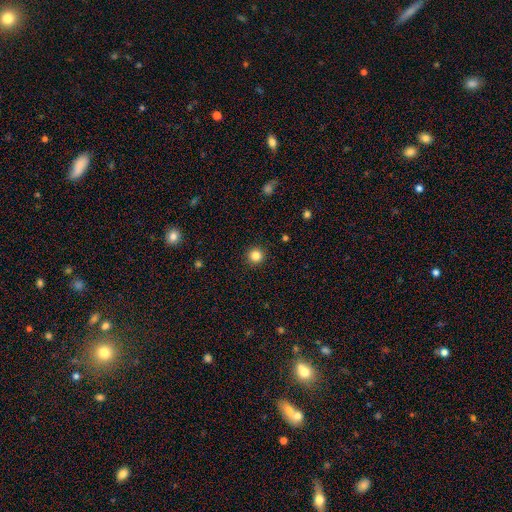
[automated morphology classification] A smooth galaxy with no disk features (84%) that is round (96%).

Vote fractions:
- Smooth or featured? smooth: 84% / star or artifact: 12% / featured or disk: 4%
- How rounded? round: 96% / in between: 4% / cigar-shaped: 1%
- Merging? none: 93% / minor disturbance: 5% / major disturbance: 2% / merger: 1%